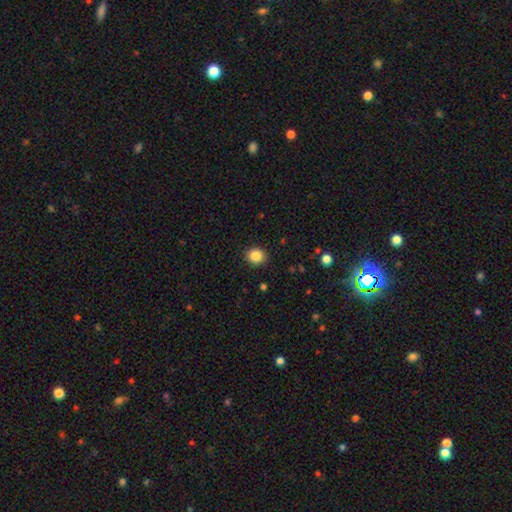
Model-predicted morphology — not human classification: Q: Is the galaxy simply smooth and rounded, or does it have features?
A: smooth — 87%.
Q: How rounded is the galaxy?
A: round — 81%.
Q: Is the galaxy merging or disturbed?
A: none — 90%.